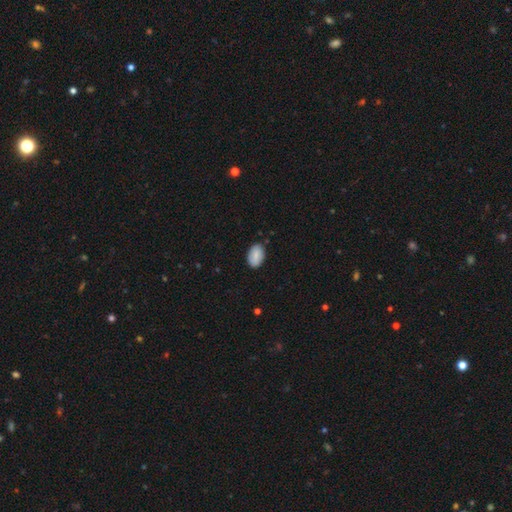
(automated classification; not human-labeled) smooth_or_featured: smooth (p=0.81) [alt: featured or disk p=0.12]
how_rounded: in between (p=0.91) [alt: round p=0.08]
merging: none (p=0.85) [alt: minor disturbance p=0.11]